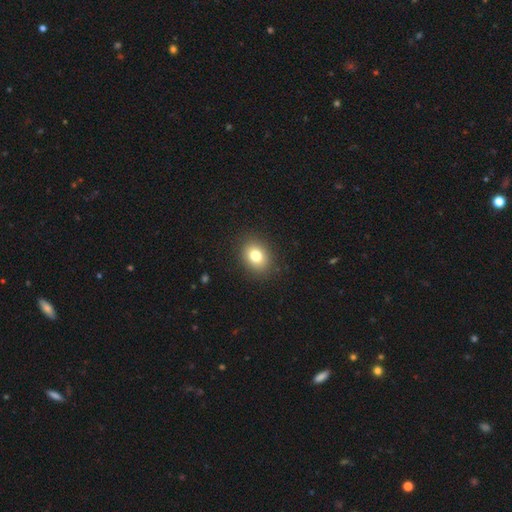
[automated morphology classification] Smooth or featured: smooth — 79% (star or artifact — 11%)
How rounded: in between — 52% (round — 47%)
Merging: none — 89% (minor disturbance — 7%)